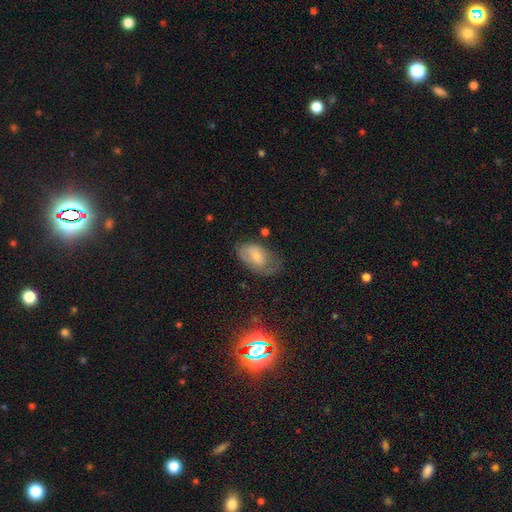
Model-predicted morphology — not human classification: Q: Smooth or featured?
A: smooth (58%); runner-up: featured or disk (34%)
Q: How rounded?
A: in between (92%); runner-up: round (6%)
Q: Merging?
A: none (45%); runner-up: minor disturbance (31%)